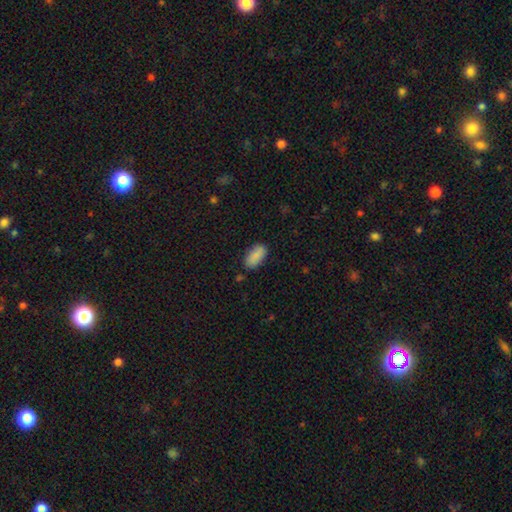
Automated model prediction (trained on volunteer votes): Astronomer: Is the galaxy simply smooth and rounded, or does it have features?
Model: smooth — 88%.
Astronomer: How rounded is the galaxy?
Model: in between — 92%.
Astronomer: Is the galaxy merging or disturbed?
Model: none — 83%.